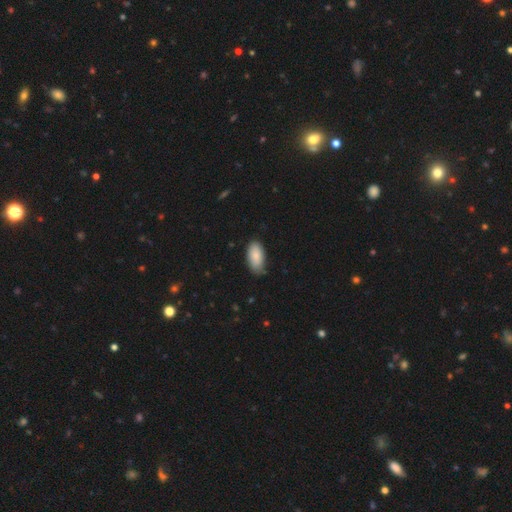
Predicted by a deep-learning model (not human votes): smooth-or-featured: smooth: 85% | featured or disk: 8% | star or artifact: 6%
  how-rounded: in between: 94% | cigar-shaped: 4% | round: 2%
  merging: none: 77% | minor disturbance: 20% | major disturbance: 3% | merger: 1%